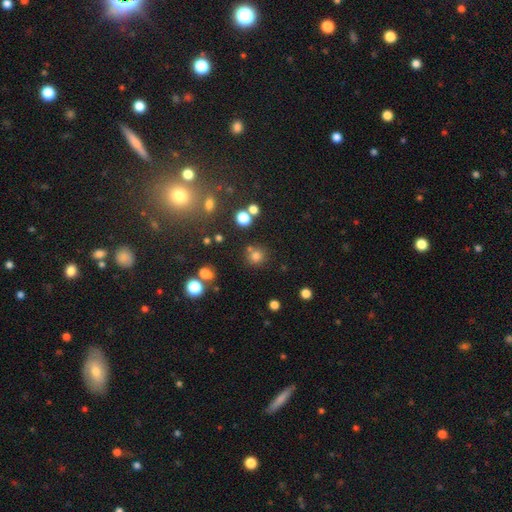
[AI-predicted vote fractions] A smooth galaxy with no disk features (73%) that is round (90%). Merging: none (72%).